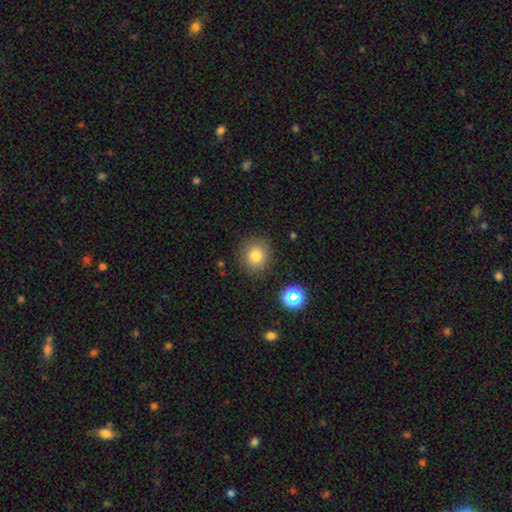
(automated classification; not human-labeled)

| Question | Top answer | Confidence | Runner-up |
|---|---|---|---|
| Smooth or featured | smooth | 79% | star or artifact (13%) |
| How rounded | round | 91% | in between (8%) |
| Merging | none | 87% | minor disturbance (8%) |